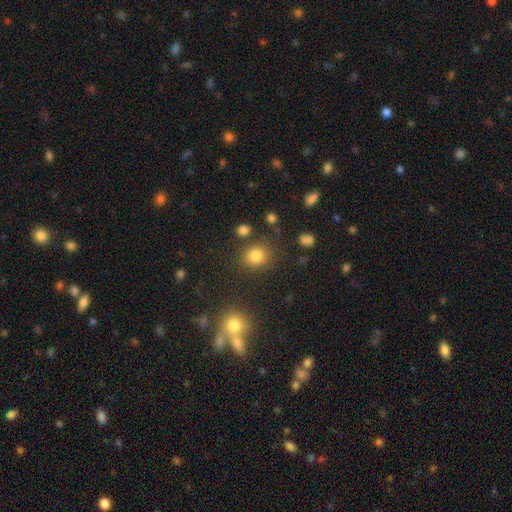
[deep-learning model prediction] smooth 81%, star or artifact 14%, featured or disk 5%. Down the decision tree: how rounded — round (79%); merging — none (80%).